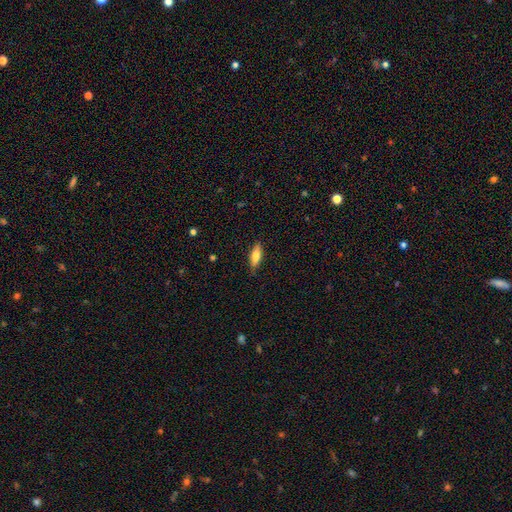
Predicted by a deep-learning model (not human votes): This appears to be a smooth galaxy with no disk features (75%) that is in between round and cigar-shaped (60%). Merging: none (85%).